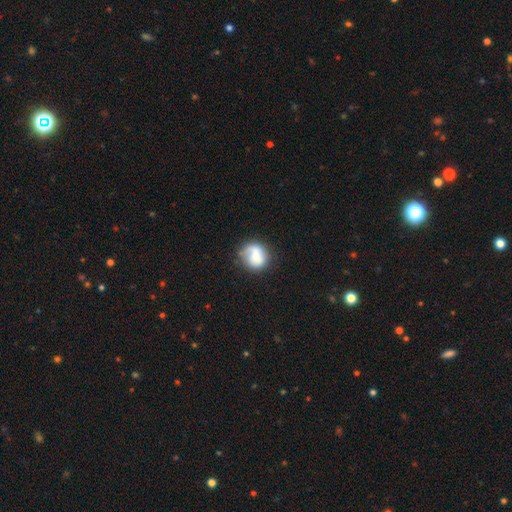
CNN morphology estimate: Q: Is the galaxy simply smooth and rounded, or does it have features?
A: smooth — 69%.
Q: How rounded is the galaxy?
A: round — 73%.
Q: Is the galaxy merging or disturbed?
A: none — 54%.